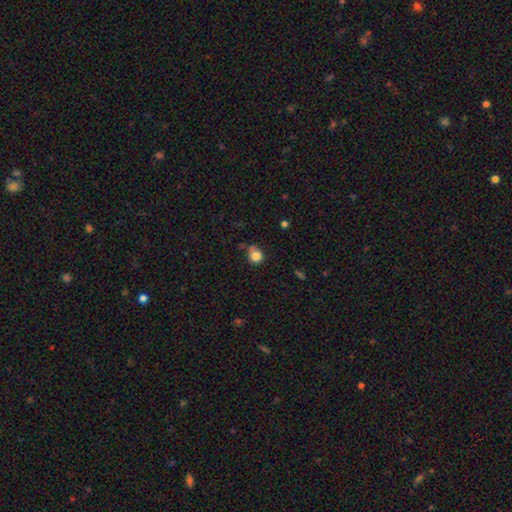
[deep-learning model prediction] smooth 82%, star or artifact 11%, featured or disk 7%. Down the decision tree: how rounded — round (80%); merging — none (52%).